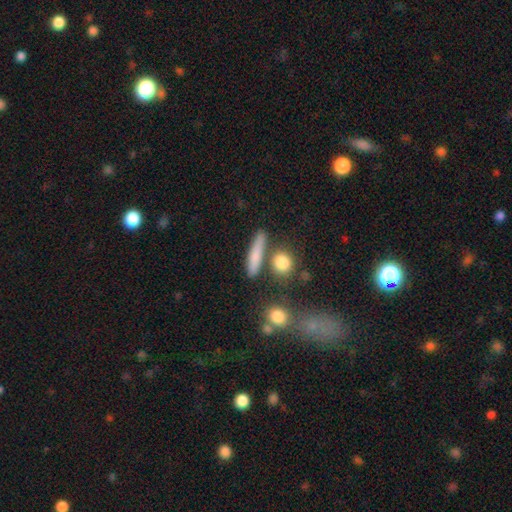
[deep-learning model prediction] A smooth galaxy with no disk features (75%) that is cigar-shaped (73%). Merging: none (72%).